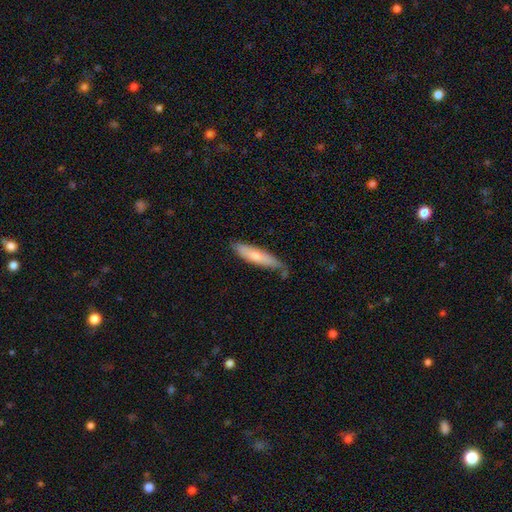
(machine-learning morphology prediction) This is likely a smooth galaxy (70%). How rounded: likely cigar-shaped (78%). Merging: likely none (63%).